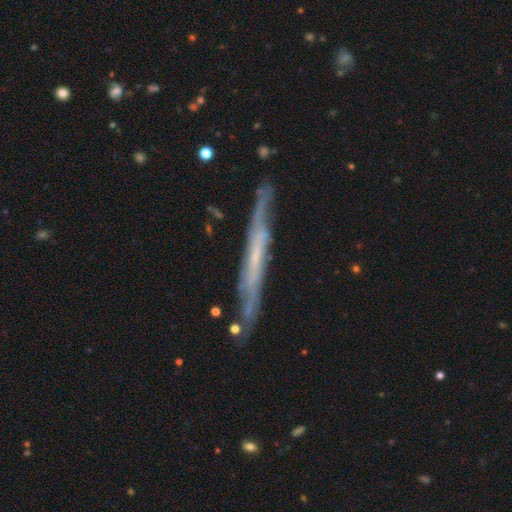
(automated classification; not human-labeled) smooth-or-featured: featured or disk: 69% | smooth: 24% | star or artifact: 7%
  disk-edge-on: yes: 83% | no: 17%
    edge-on-bulge: none: 81% | rounded: 13% | boxy: 6%
  merging: none: 78% | minor disturbance: 16% | major disturbance: 3% | merger: 3%